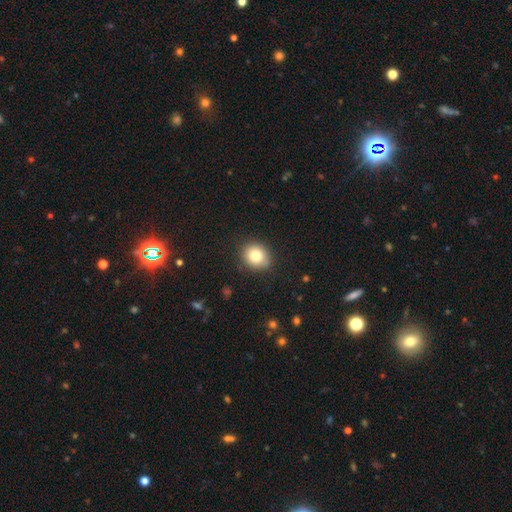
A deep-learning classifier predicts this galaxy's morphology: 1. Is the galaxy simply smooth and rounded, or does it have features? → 81% smooth, 10% star or artifact, 9% featured or disk.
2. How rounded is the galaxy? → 68% round, 31% in between, 1% cigar-shaped.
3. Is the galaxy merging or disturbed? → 86% none, 10% minor disturbance, 3% major disturbance, 1% merger.